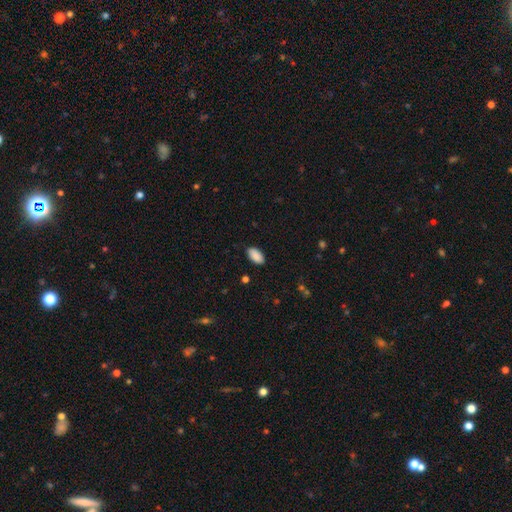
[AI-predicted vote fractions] smooth_or_featured: smooth (p=0.90) [alt: star or artifact p=0.06]
how_rounded: in between (p=0.95) [alt: cigar-shaped p=0.03]
merging: none (p=0.87) [alt: minor disturbance p=0.09]